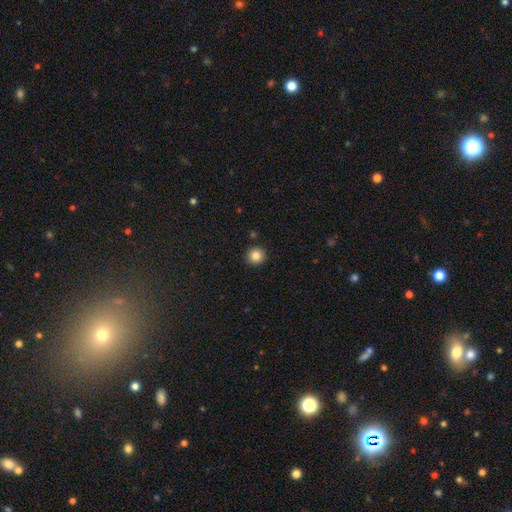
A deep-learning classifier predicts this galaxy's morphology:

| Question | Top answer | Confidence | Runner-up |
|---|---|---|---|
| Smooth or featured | smooth | 85% | star or artifact (10%) |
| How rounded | round | 94% | in between (5%) |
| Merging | none | 92% | minor disturbance (5%) |